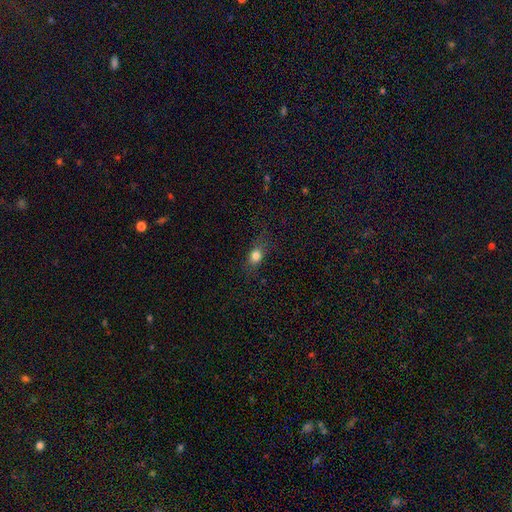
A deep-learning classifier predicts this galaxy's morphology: This appears to be a smooth galaxy with no disk features (79%) that is in between round and cigar-shaped (59%). Merging: none (72%).